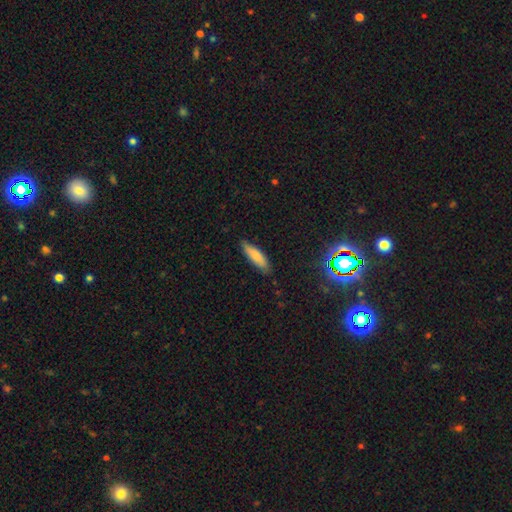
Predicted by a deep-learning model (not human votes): A smooth galaxy with no disk features (80%) that is cigar-shaped (60%).

Vote fractions:
- Smooth or featured? smooth: 80% / featured or disk: 13% / star or artifact: 7%
- How rounded? cigar-shaped: 60% / in between: 39% / round: 1%
- Merging? none: 82% / minor disturbance: 15% / major disturbance: 2% / merger: 1%